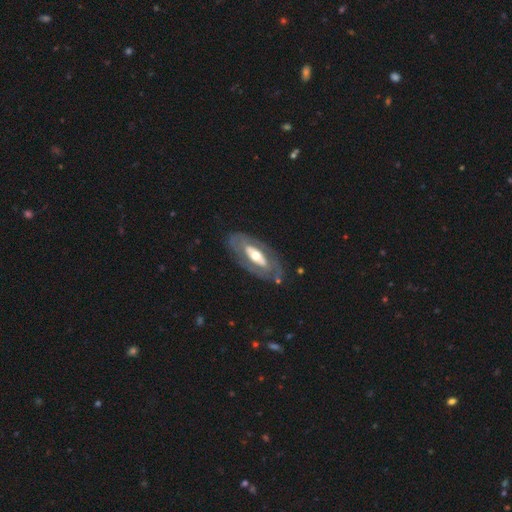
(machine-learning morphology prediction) featured or disk 69%, smooth 26%, star or artifact 5%. Down the decision tree: edge-on disk — no (87%); bar — no (62%); spiral arms — no (65%); bulge size — moderate (64%); merging — none (76%).